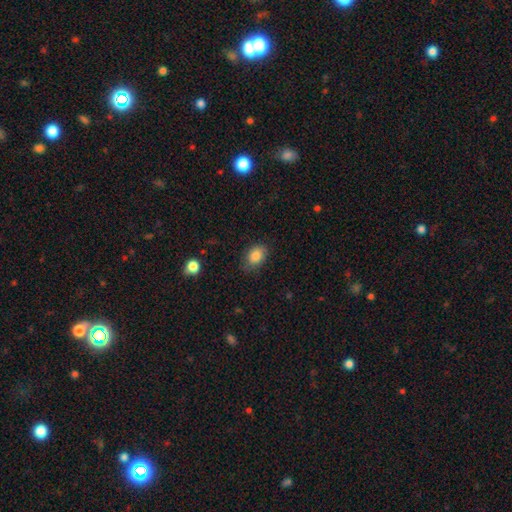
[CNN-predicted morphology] A smooth galaxy with no disk features (86%) that is in between round and cigar-shaped (77%).

Vote fractions:
- Smooth or featured? smooth: 86% / star or artifact: 8% / featured or disk: 6%
- How rounded? in between: 77% / round: 21% / cigar-shaped: 1%
- Merging? none: 78% / minor disturbance: 17% / major disturbance: 4% / merger: 1%